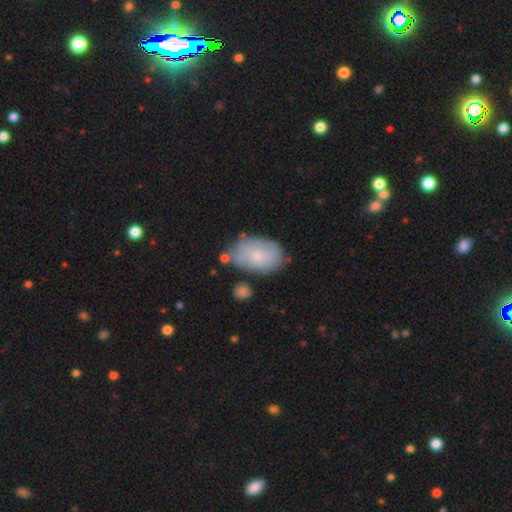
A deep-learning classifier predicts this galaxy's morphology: Q: Smooth or featured?
A: smooth (62%); runner-up: featured or disk (32%)
Q: How rounded?
A: in between (90%); runner-up: round (9%)
Q: Merging?
A: none (59%); runner-up: minor disturbance (27%)